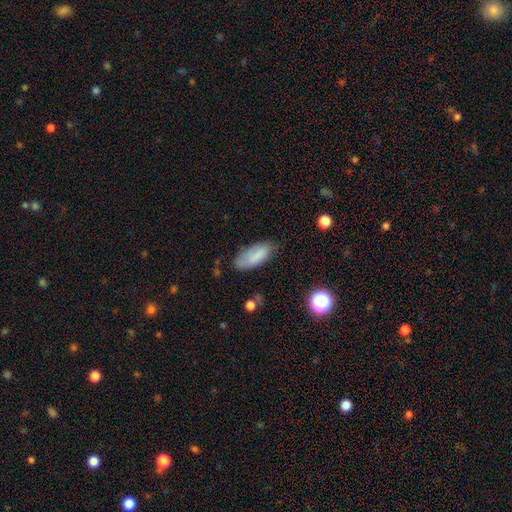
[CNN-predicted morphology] Smooth or featured?
  - smooth: 81% *
  - featured or disk: 11%
  - star or artifact: 8%
How rounded?
  - in between: 81% *
  - cigar-shaped: 17%
  - round: 2%
Merging?
  - none: 66% *
  - minor disturbance: 25%
  - major disturbance: 6%
  - merger: 2%